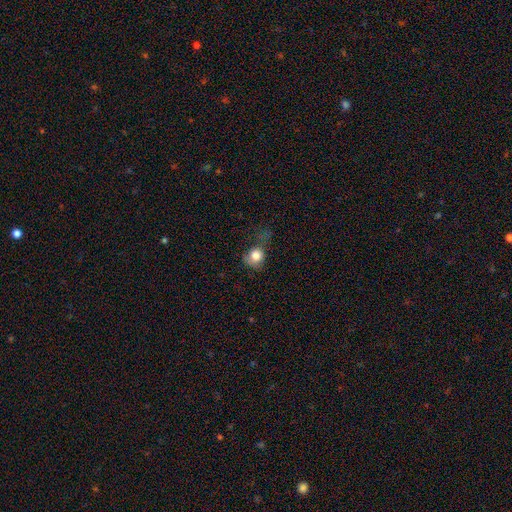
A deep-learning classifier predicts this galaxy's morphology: type=smooth (80%); roundness=round (74%); merging=none (37%).